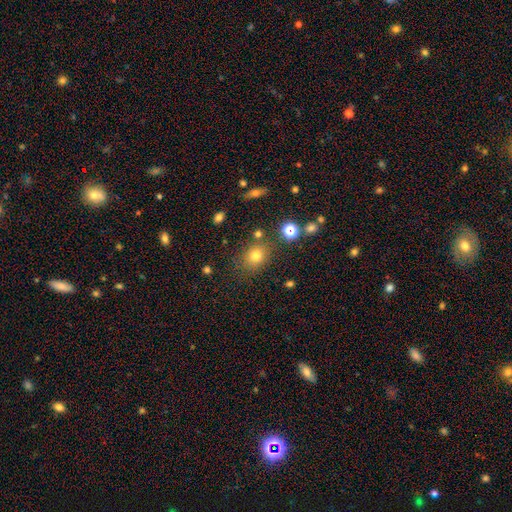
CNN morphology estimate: smooth 75%, star or artifact 16%, featured or disk 9%. Down the decision tree: how rounded — round (59%); merging — none (77%).